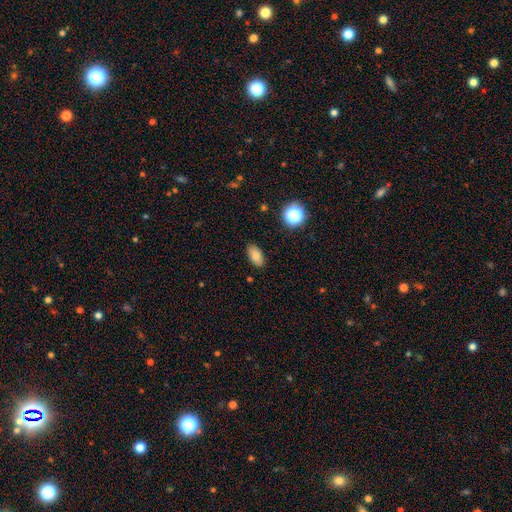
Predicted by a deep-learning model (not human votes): Smooth or featured? Predicted: smooth (p=0.82). How rounded? Predicted: in between (p=0.91). Merging? Predicted: none (p=0.87).